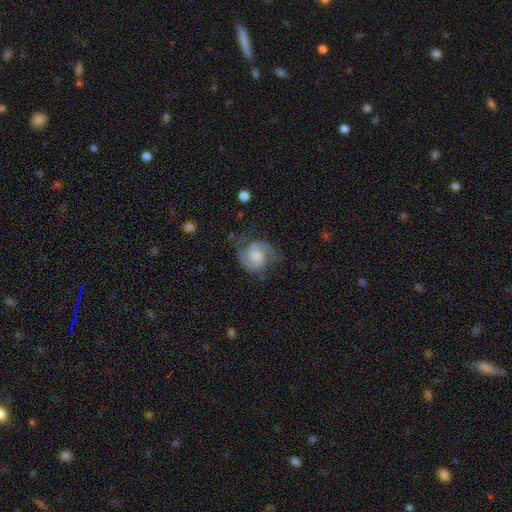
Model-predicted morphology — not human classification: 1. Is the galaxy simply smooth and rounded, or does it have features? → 82% featured or disk, 12% smooth, 6% star or artifact.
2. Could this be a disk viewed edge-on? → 98% no, 2% yes.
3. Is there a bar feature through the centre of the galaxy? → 63% no, 31% weak, 6% strong.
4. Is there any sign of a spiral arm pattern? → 97% yes, 3% no.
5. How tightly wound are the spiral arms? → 49% medium, 38% tight, 13% loose.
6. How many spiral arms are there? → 90% 2, 4% can't tell, 2% 1, 2% 3, 1% 4, 1% more than 4.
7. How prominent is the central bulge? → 29% none (tied), 29% moderate (tied), 21% small, 19% large, 3% dominant.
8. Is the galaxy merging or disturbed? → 69% none, 20% minor disturbance, 10% major disturbance, 2% merger.